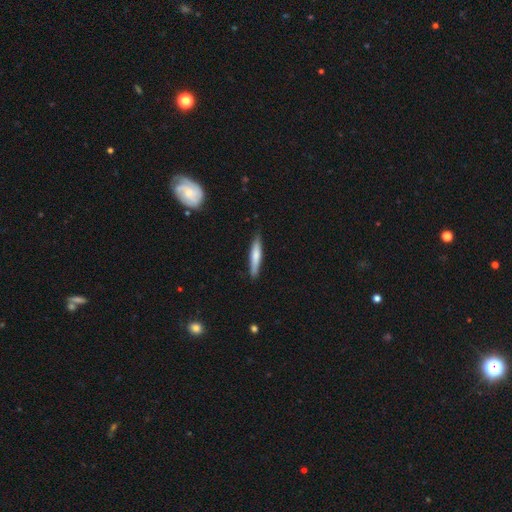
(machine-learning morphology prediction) Smooth or featured? smooth (67%)
How rounded? cigar-shaped (90%)
Merging? none (87%)